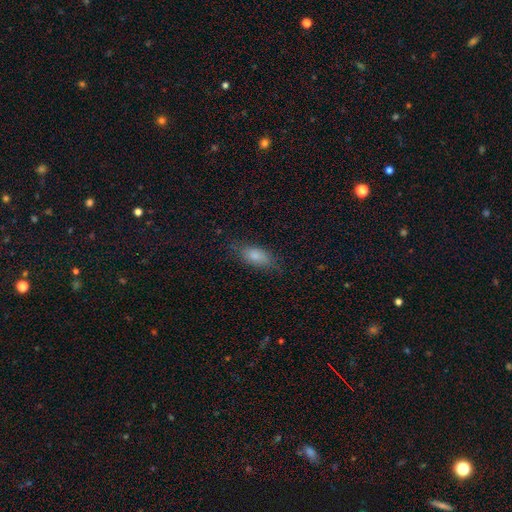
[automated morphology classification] Smooth or featured? Predicted: smooth (p=0.80). How rounded? Predicted: in between (p=0.82). Merging? Predicted: none (p=0.74).